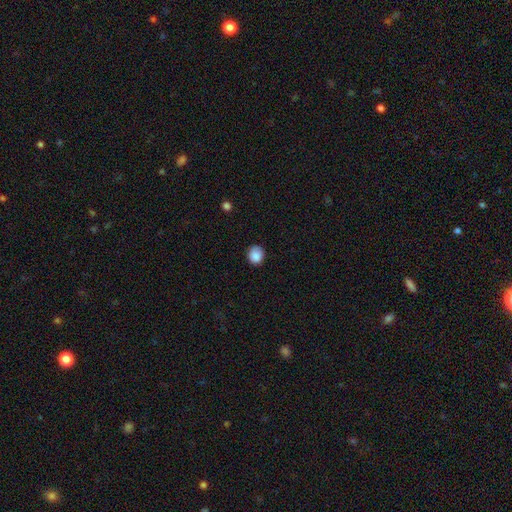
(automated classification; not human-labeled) A smooth galaxy with no disk features (87%) that is round (83%).

Vote fractions:
- Smooth or featured? smooth: 87% / star or artifact: 9% / featured or disk: 4%
- How rounded? round: 83% / in between: 16% / cigar-shaped: 1%
- Merging? none: 80% / minor disturbance: 16% / major disturbance: 3% / merger: 1%